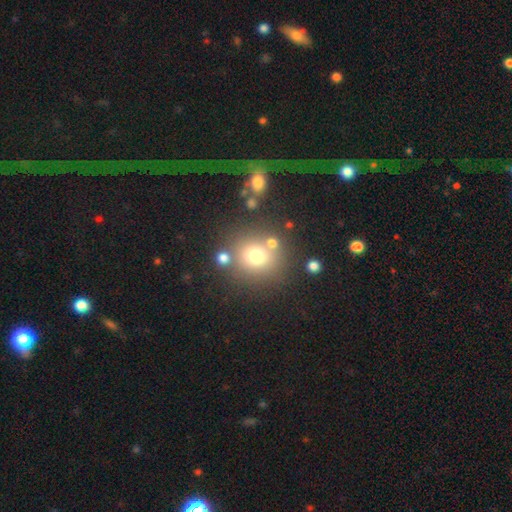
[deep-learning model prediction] smooth-or-featured: smooth: 71% | star or artifact: 17% | featured or disk: 12%
  how-rounded: round: 88% | in between: 11% | cigar-shaped: 1%
  merging: none: 74% | merger: 11% | minor disturbance: 10% | major disturbance: 5%